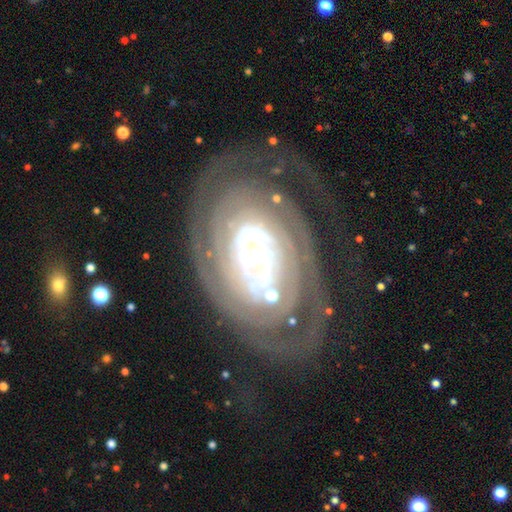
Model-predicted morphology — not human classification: This appears to be a featured or disk galaxy (86%) with no bar (60%), tight (75%) spiral arms (88%) and a small central bulge (56%). Merging: none (59%).